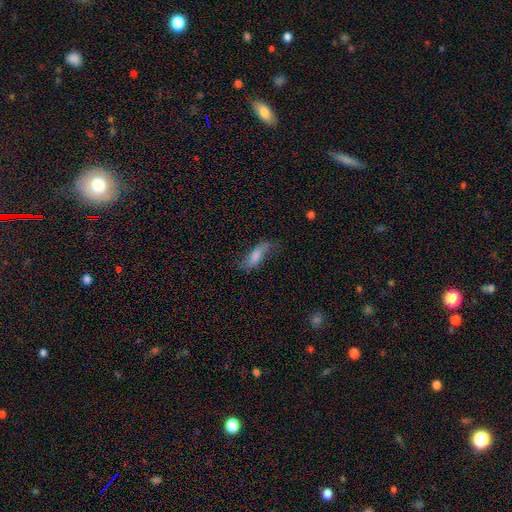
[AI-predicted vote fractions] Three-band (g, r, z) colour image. It shows a smooth galaxy with no disk features (64%) that is in between round and cigar-shaped (57%). Merging: none (52%).